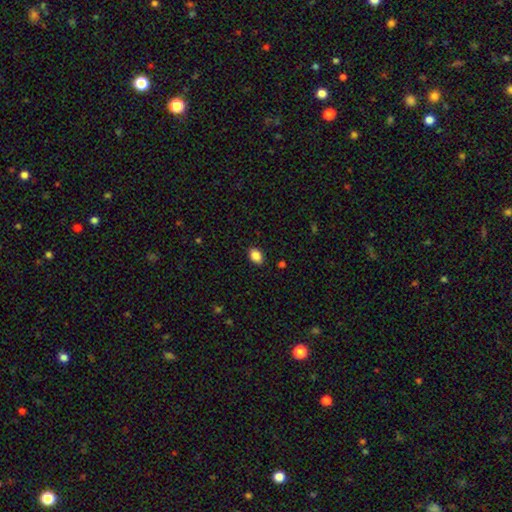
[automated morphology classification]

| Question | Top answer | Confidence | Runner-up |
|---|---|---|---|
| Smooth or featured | smooth | 87% | star or artifact (8%) |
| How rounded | in between | 81% | round (17%) |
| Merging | none | 88% | minor disturbance (9%) |